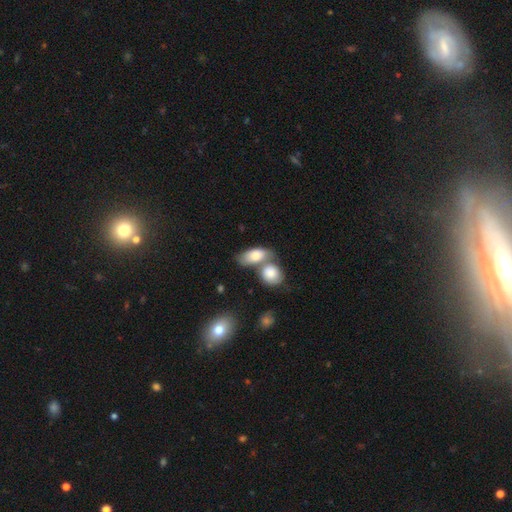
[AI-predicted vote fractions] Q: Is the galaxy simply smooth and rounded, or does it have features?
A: smooth — 79%.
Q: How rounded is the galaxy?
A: in between — 88%.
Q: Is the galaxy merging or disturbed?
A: merger — 51%.